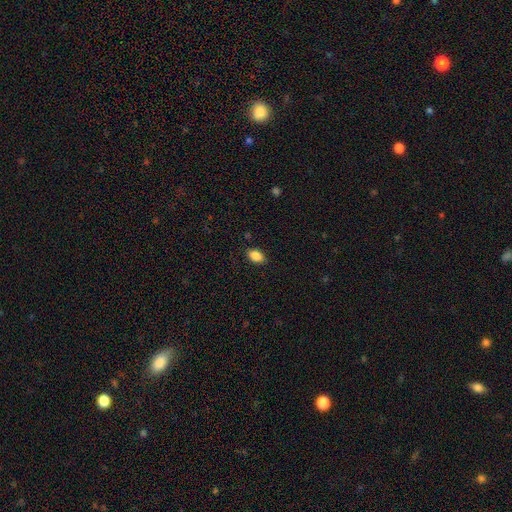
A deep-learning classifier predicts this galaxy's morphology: Smooth or featured?
  - smooth: 87% *
  - star or artifact: 8%
  - featured or disk: 5%
How rounded?
  - in between: 88% *
  - round: 11%
  - cigar-shaped: 2%
Merging?
  - none: 87% *
  - minor disturbance: 10%
  - major disturbance: 2%
  - merger: 1%